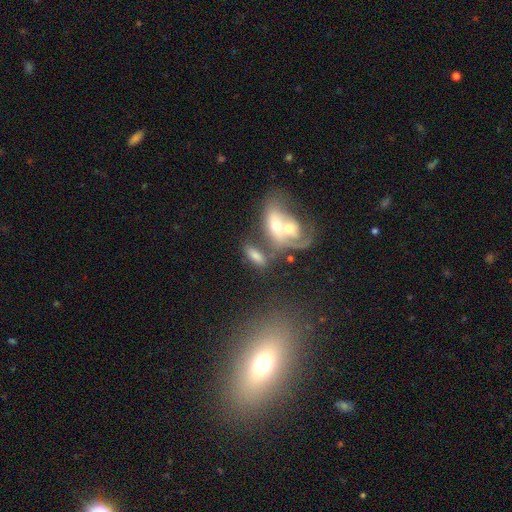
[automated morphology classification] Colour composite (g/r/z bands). It shows a smooth galaxy with no disk features (63%) that is in between round and cigar-shaped (75%). Merging: merger (47%).